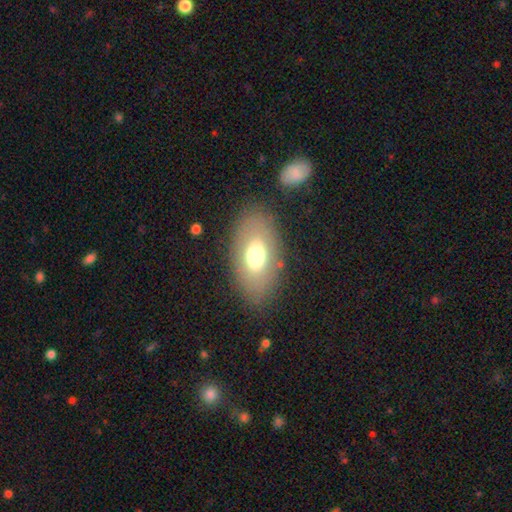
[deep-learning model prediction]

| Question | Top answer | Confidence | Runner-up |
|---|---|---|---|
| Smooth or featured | smooth | 66% | featured or disk (24%) |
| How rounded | in between | 89% | round (9%) |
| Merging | none | 82% | minor disturbance (10%) |